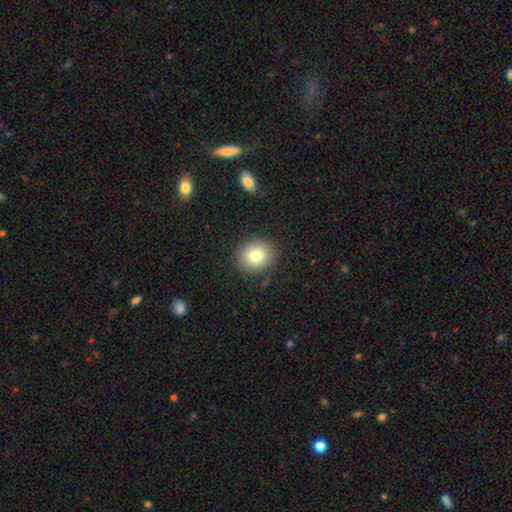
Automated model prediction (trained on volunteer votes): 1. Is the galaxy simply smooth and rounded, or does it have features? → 80% smooth, 10% star or artifact, 10% featured or disk.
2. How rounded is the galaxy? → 83% round, 16% in between, 1% cigar-shaped.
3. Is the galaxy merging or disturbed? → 89% none, 7% minor disturbance, 2% major disturbance, 1% merger.